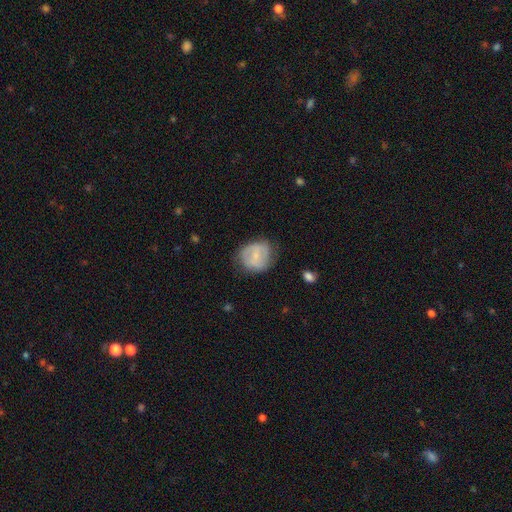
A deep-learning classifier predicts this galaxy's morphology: Q: Smooth or featured?
A: smooth (52%); runner-up: featured or disk (41%)
Q: How rounded?
A: round (73%); runner-up: in between (26%)
Q: Merging?
A: none (66%); runner-up: minor disturbance (24%)